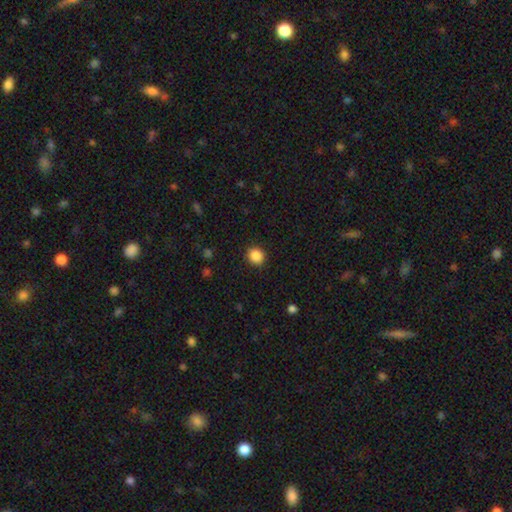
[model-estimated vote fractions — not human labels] This appears to be a smooth galaxy with no disk features (88%) that is round (84%). Merging: none (90%).